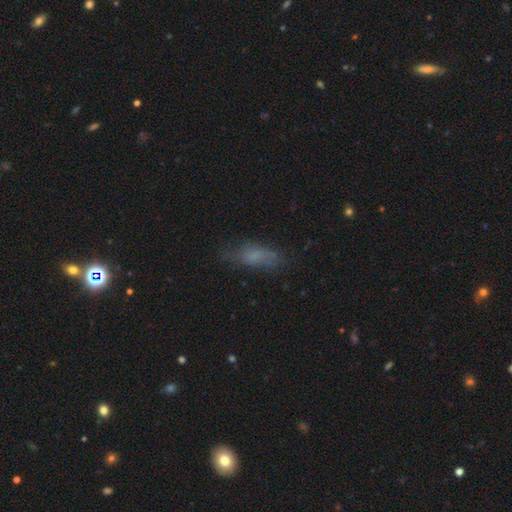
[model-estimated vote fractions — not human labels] Overall: smooth (68%). How rounded: in between (61%; cigar-shaped 36%). Merging: none (64%).